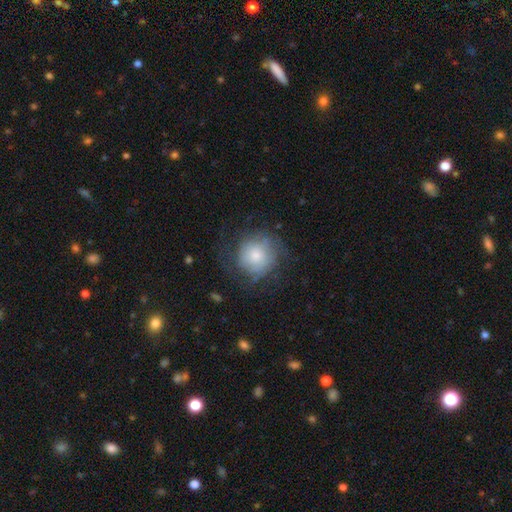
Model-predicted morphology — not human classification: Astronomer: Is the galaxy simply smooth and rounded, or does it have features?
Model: smooth — 59%.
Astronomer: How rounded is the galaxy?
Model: round — 89%.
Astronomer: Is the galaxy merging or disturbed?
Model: none — 59%.